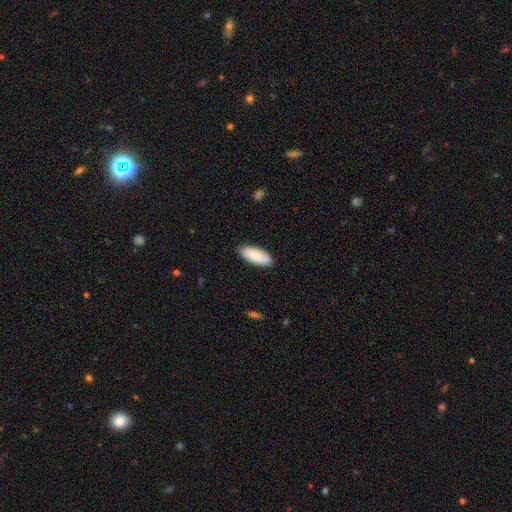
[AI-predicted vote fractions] The model was most divided on "how rounded": in between: 81%, cigar-shaped: 17%, round: 2%. More confident: merging — none (83%); smooth or featured — smooth (82%).